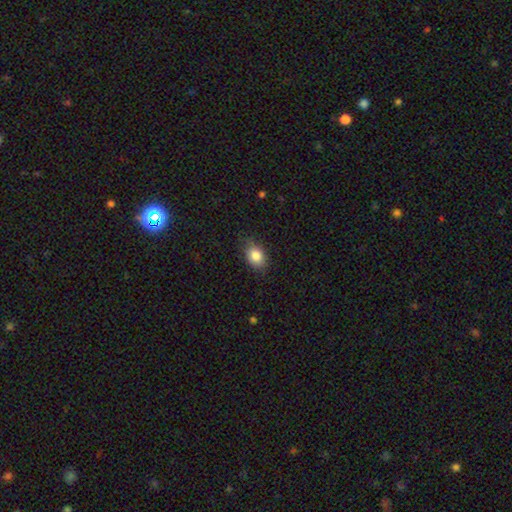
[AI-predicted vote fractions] Overall: smooth (84%). How rounded: in between (74%). Merging: none (79%).